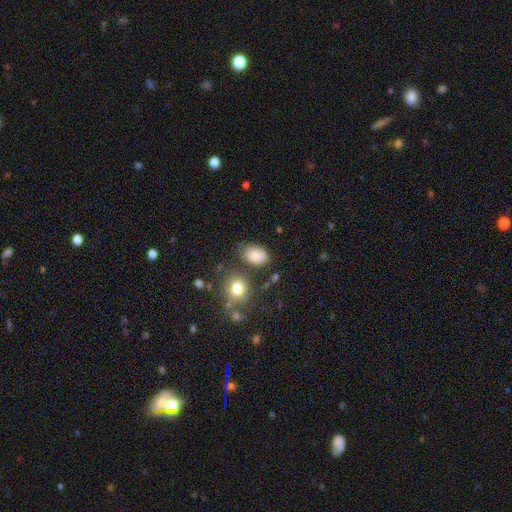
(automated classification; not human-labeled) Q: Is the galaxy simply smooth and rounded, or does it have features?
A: smooth — 84%.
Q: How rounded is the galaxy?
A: in between — 84%.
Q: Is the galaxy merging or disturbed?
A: none — 70%.